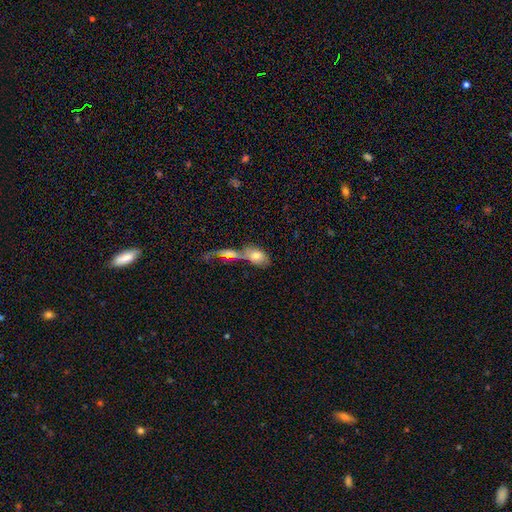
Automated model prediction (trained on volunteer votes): This is likely a smooth galaxy (67%). How rounded: clearly in between (84%). Merging: possibly merger (56%).